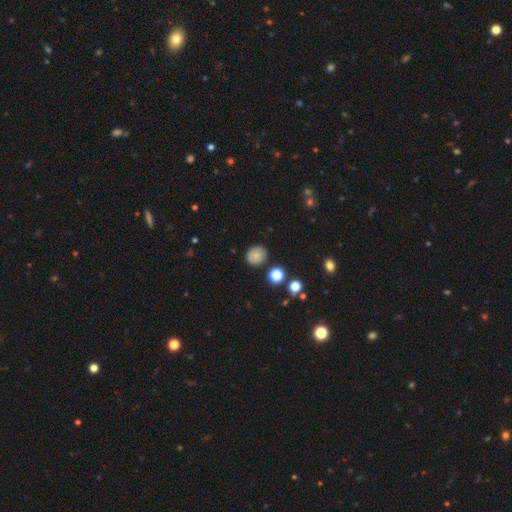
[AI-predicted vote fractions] A smooth galaxy with no disk features (83%) that is round (78%).

Vote fractions:
- Smooth or featured? smooth: 83% / star or artifact: 12% / featured or disk: 6%
- How rounded? round: 78% / in between: 21% / cigar-shaped: 1%
- Merging? none: 86% / minor disturbance: 9% / merger: 3% / major disturbance: 3%